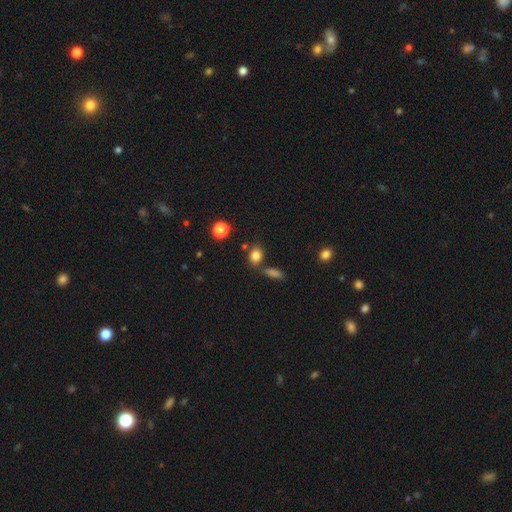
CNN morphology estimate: Smooth or featured?
  - smooth: 82% *
  - star or artifact: 12%
  - featured or disk: 7%
How rounded?
  - in between: 57% *
  - round: 40%
  - cigar-shaped: 2%
Merging?
  - none: 67% *
  - merger: 16%
  - minor disturbance: 12%
  - major disturbance: 4%